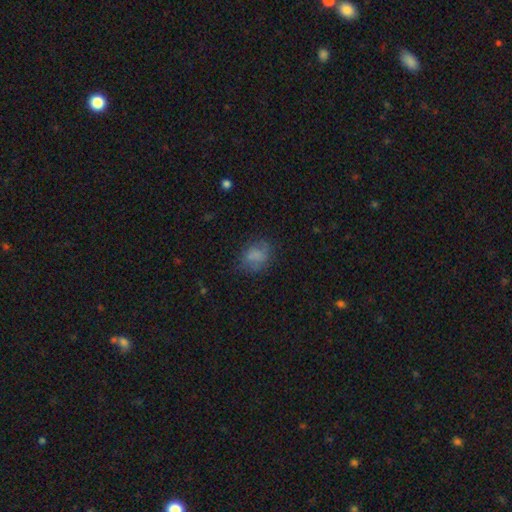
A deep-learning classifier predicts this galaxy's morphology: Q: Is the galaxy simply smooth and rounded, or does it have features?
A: smooth — 70%.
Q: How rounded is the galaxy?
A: in between — 56%.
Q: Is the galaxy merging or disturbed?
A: none — 63%.